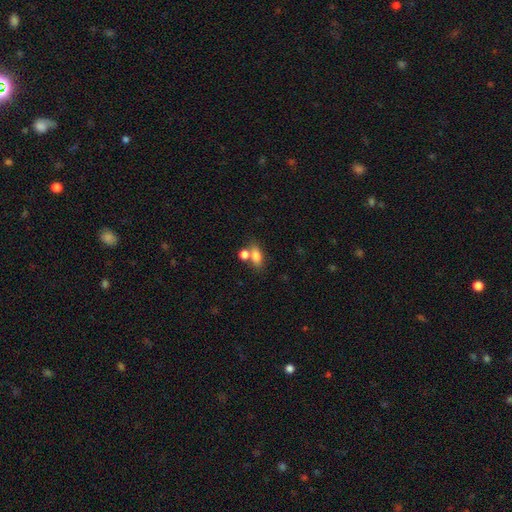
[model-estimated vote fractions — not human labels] This is likely a smooth galaxy (77%). How rounded: likely in between (77%). Merging: possibly none (52%).